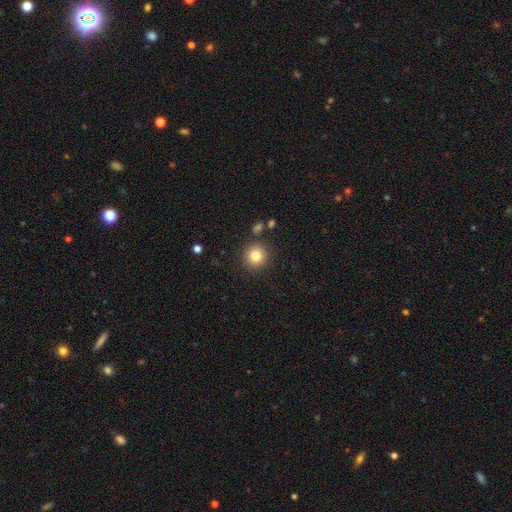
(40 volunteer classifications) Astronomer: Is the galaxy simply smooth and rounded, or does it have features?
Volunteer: smooth — 88%.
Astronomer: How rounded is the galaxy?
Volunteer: round — 91%.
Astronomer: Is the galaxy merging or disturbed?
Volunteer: none — 97%.